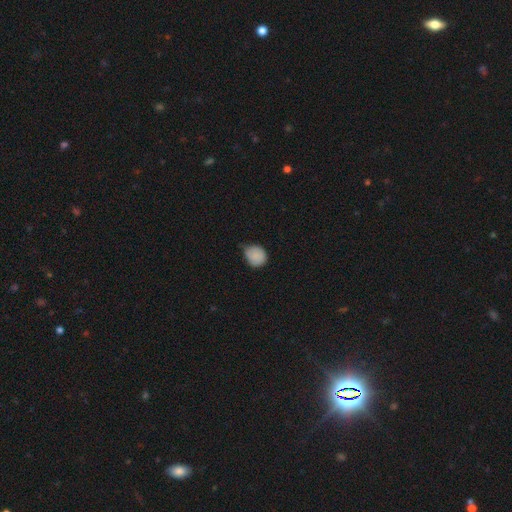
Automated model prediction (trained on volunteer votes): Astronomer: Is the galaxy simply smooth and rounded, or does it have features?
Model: smooth — 85%.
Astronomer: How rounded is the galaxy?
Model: round — 73%.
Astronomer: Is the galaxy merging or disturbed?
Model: none — 46%, tied with minor disturbance at 46%.